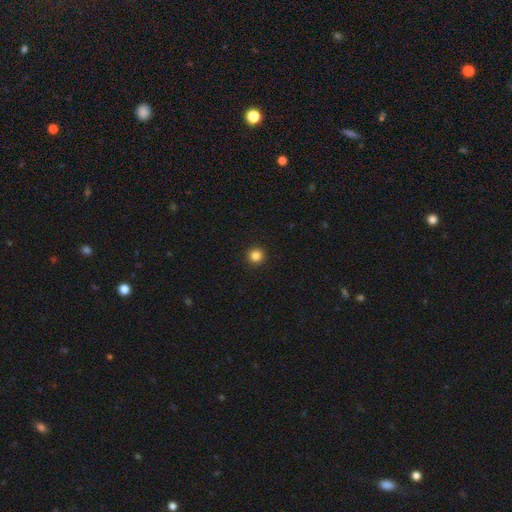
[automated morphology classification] The model was most divided on "smooth or featured": smooth: 85%, star or artifact: 12%, featured or disk: 4%. More confident: how rounded — round (96%); merging — none (94%).